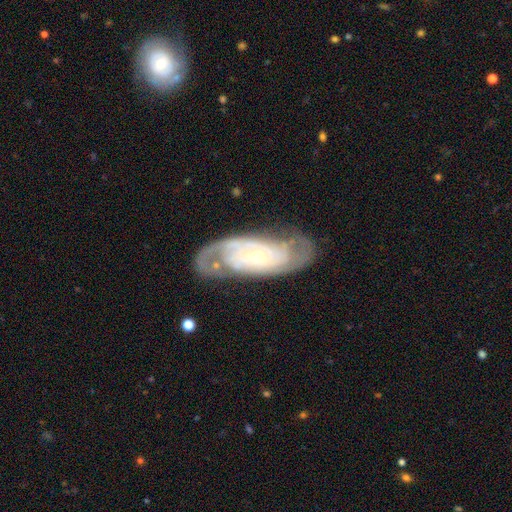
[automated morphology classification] A featured or disk galaxy (85%) with no bar (69%), 2 (63%) tight (55%) spiral arms (94%) and a small central bulge (69%). Merging: none (70%).